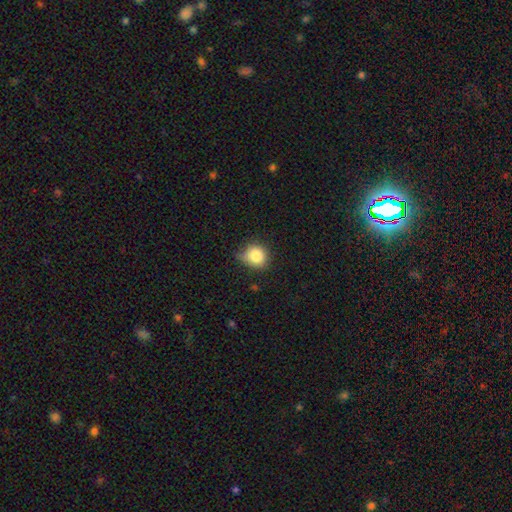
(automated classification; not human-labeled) smooth_or_featured: smooth (p=0.83) [alt: star or artifact p=0.10]
how_rounded: round (p=0.83) [alt: in between p=0.16]
merging: none (p=0.64) [alt: minor disturbance p=0.29]